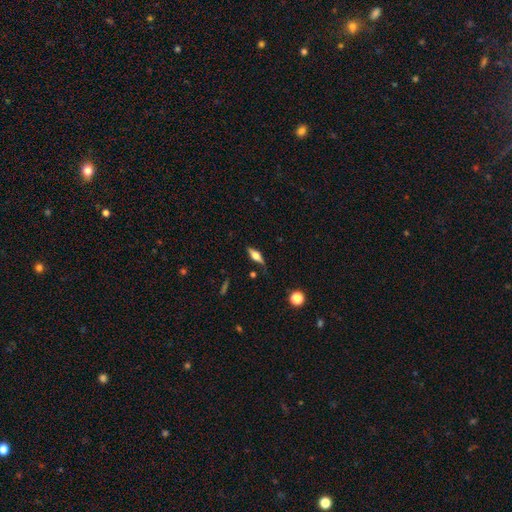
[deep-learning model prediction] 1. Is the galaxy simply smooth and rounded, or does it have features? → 56% featured or disk, 37% smooth, 8% star or artifact.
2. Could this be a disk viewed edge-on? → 93% yes, 7% no.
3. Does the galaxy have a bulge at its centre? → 88% rounded, 10% boxy, 2% none.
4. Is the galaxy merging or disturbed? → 81% none, 14% minor disturbance, 3% major disturbance, 2% merger.